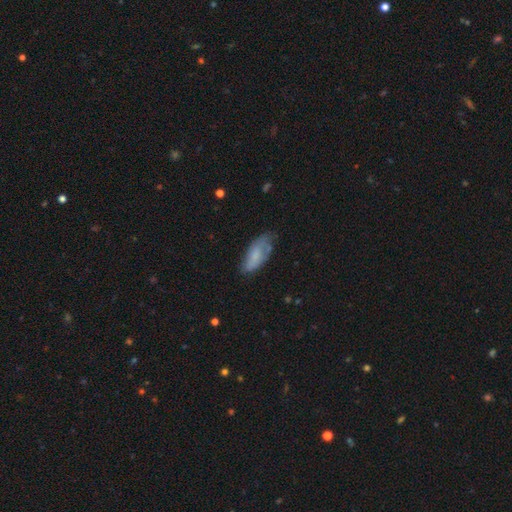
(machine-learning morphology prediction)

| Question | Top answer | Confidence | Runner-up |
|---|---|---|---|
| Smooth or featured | smooth | 66% | featured or disk (26%) |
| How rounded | in between | 80% | cigar-shaped (18%) |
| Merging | none | 55% | minor disturbance (32%) |